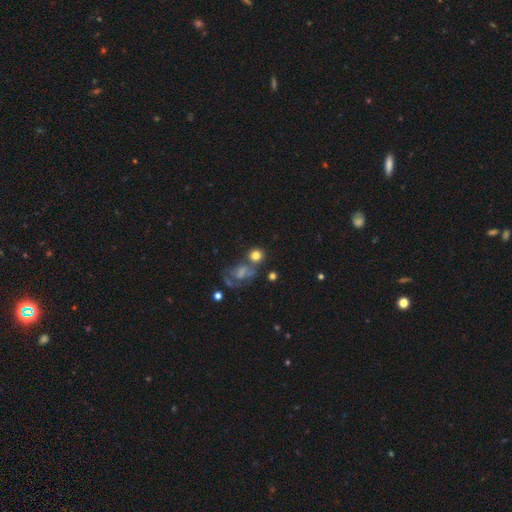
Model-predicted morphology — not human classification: Q: Smooth or featured?
A: smooth (72%); runner-up: featured or disk (14%)
Q: How rounded?
A: round (84%); runner-up: in between (14%)
Q: Merging?
A: none (56%); runner-up: merger (23%)